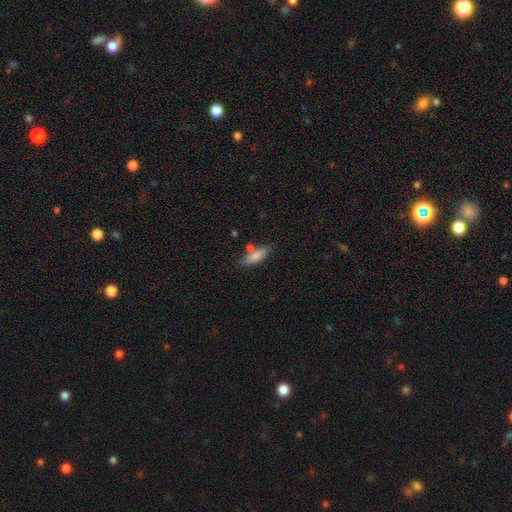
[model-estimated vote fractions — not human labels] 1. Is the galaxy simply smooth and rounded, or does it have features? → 80% smooth, 13% featured or disk, 7% star or artifact.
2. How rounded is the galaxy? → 66% in between, 32% cigar-shaped, 2% round.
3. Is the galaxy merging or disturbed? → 65% none, 17% minor disturbance, 14% merger, 4% major disturbance.